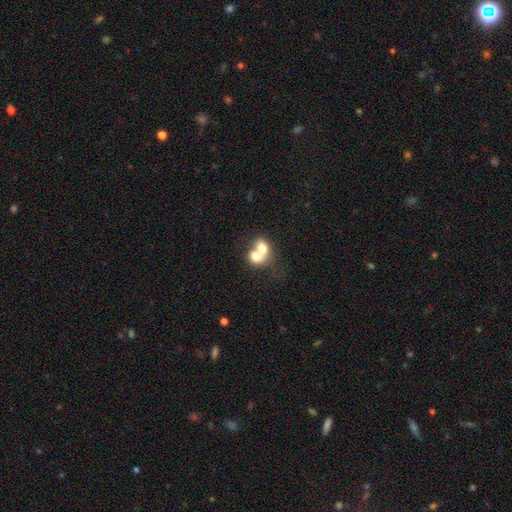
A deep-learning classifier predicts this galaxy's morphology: This appears to be a smooth galaxy with no disk features (68%) that is in between round and cigar-shaped (52%). Merging: merger (76%).